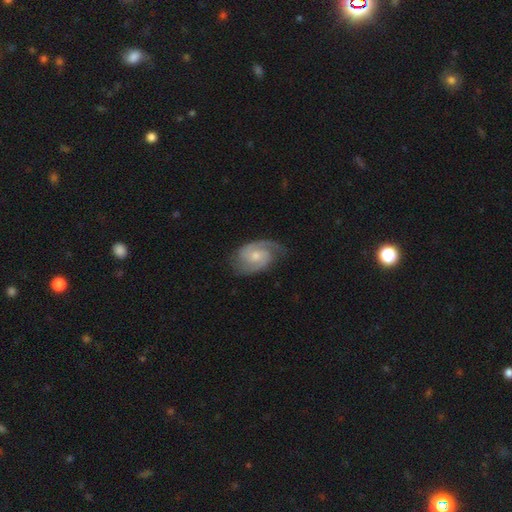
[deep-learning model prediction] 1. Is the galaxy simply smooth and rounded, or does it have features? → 85% featured or disk, 11% smooth, 5% star or artifact.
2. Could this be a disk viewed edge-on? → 97% no, 3% yes.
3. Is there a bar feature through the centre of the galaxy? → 60% no, 35% weak, 5% strong.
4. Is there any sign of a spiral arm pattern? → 97% yes, 3% no.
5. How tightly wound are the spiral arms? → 46% medium, 42% tight, 12% loose.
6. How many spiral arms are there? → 85% 2, 5% can't tell, 4% 1, 3% 3, 1% 4, 1% more than 4.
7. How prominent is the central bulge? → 46% moderate (tied), 46% small (tied), 4% none, 3% large, 1% dominant.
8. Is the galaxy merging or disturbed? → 74% none, 19% minor disturbance, 7% major disturbance, 1% merger.